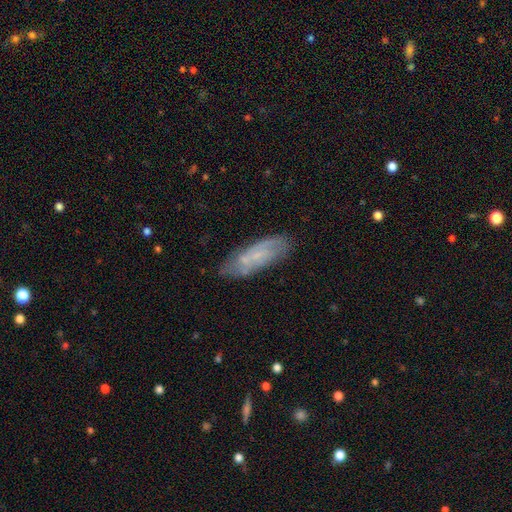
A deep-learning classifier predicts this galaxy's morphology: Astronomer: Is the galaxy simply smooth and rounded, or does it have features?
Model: featured or disk — 55% (runner-up: smooth, 37%).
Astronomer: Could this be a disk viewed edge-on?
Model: no — 83%.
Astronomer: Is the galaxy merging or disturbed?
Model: none — 73%.